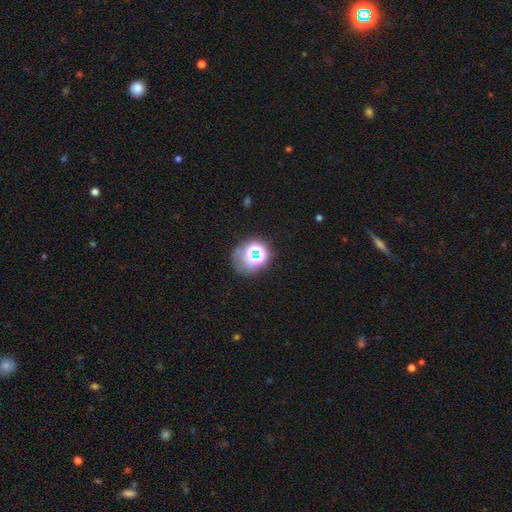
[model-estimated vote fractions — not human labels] A star or artifact, not a galaxy (47%).

Vote fractions:
- Smooth or featured? star or artifact: 47% / smooth: 40% / featured or disk: 13%